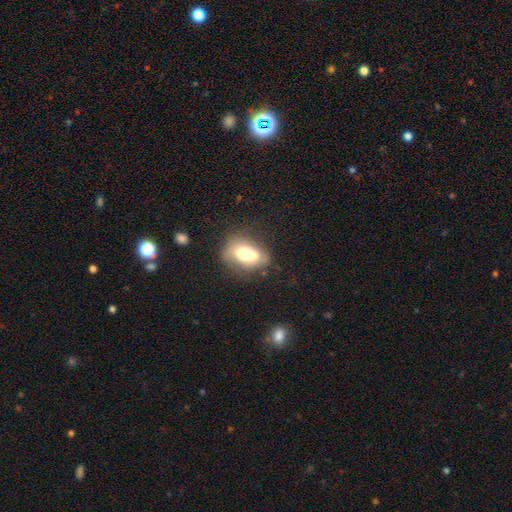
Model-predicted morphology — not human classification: type=smooth (62%); roundness=in between (61%); merging=merger (60%).